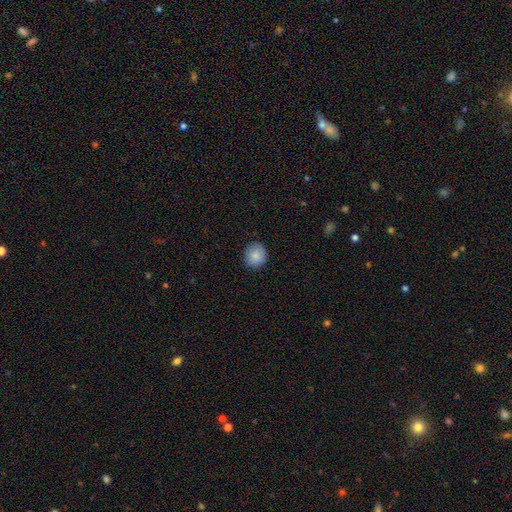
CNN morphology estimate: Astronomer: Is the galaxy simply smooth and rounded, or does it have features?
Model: smooth — 87%.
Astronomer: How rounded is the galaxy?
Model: round — 85%.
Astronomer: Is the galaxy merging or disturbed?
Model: none — 89%.